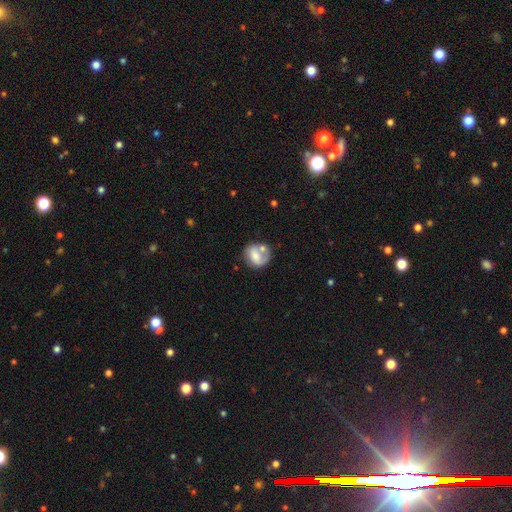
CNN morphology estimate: A smooth galaxy with no disk features (56%) that is round (71%).

Vote fractions:
- Smooth or featured? smooth: 56% / featured or disk: 36% / star or artifact: 7%
- How rounded? round: 71% / in between: 28% / cigar-shaped: 1%
- Merging? none: 47% / minor disturbance: 21% / merger: 21% / major disturbance: 11%